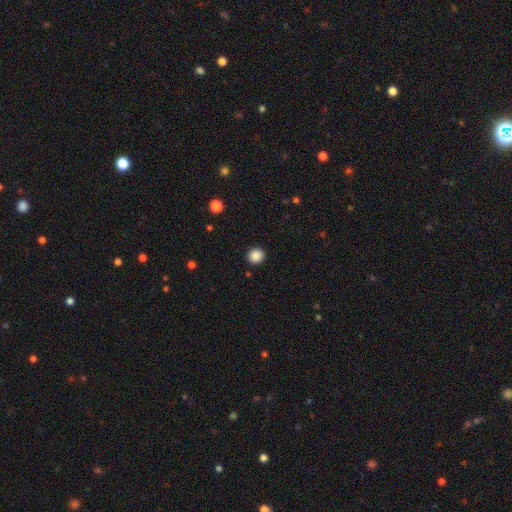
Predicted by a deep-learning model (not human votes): smooth 87%, star or artifact 10%, featured or disk 3%. Down the decision tree: how rounded — round (91%); merging — none (92%).